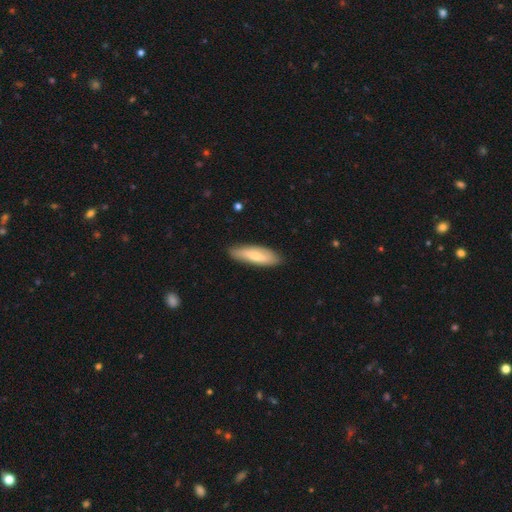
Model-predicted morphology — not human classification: A smooth galaxy with no disk features (63%) that is cigar-shaped (52%). Merging: none (83%).